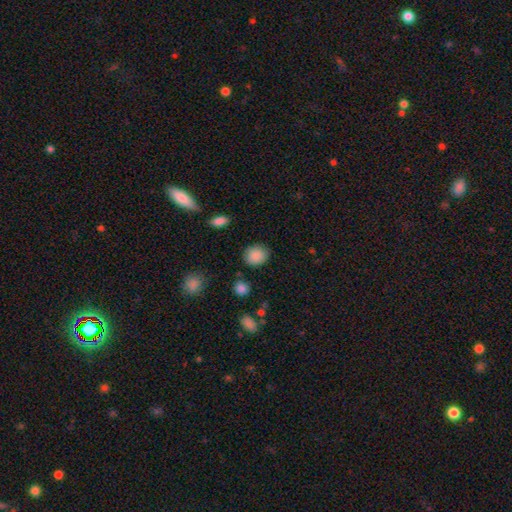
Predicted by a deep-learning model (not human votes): The model was most divided on "how rounded": round: 63%, in between: 36%, cigar-shaped: 1%. More confident: smooth or featured — smooth (87%); merging — none (83%).